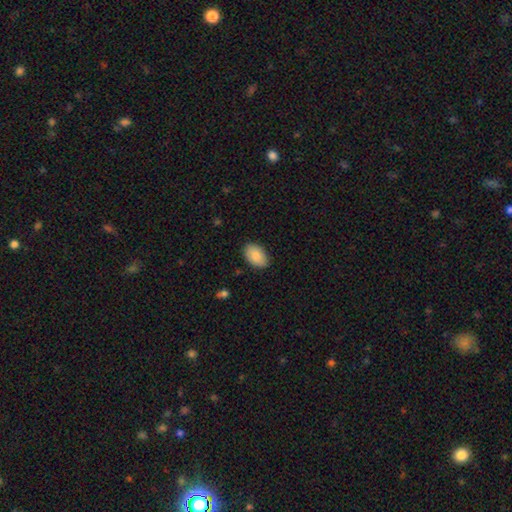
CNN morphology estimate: Smooth or featured?
  - smooth: 87% *
  - featured or disk: 7%
  - star or artifact: 6%
How rounded?
  - in between: 91% *
  - round: 7%
  - cigar-shaped: 1%
Merging?
  - none: 85% *
  - minor disturbance: 12%
  - major disturbance: 2%
  - merger: 1%